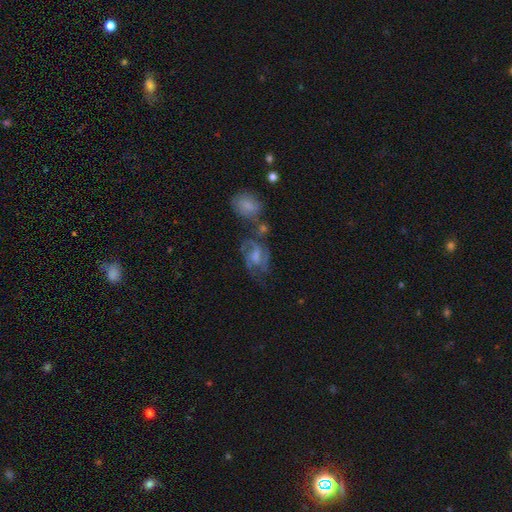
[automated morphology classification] smooth-or-featured: featured or disk: 67% | smooth: 20% | star or artifact: 12%
  disk-edge-on: no: 96% | yes: 4%
    bar: weak: 45% (tied) | no: 45% (tied) | strong: 11%
    has-spiral-arms: yes: 82% | no: 18%
      spiral-winding: medium: 50% | tight: 29% | loose: 21%
      spiral-arm-count: 2: 47% | can't tell: 28% | 3: 14% | 1: 5% | 4: 4% | more than 4: 3%
    bulge-size: moderate: 39% | small: 28% | none: 21% | large: 10% | dominant: 2%
  merging: none: 46% | merger: 19% | minor disturbance: 18% | major disturbance: 16%